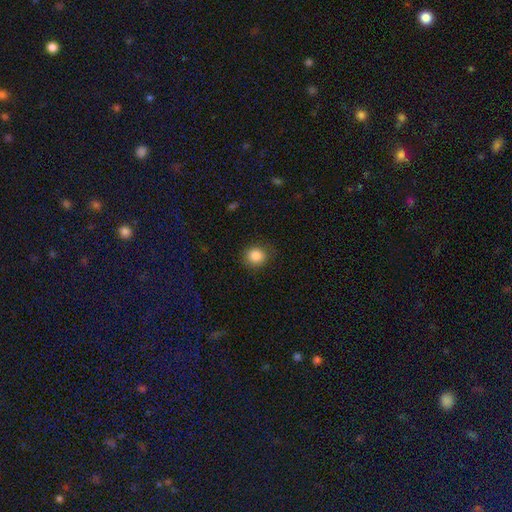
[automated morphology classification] Smooth or featured? Predicted: smooth (p=0.87). How rounded? Predicted: round (p=0.81). Merging? Predicted: none (p=0.84).